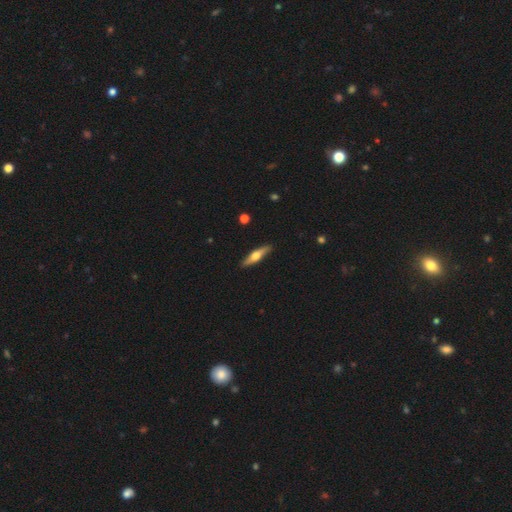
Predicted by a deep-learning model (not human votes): Smooth or featured?
  - featured or disk: 58% *
  - smooth: 36%
  - star or artifact: 5%
Edge-on disk?
  - yes: 94% *
  - no: 6%
Edge-on bulge?
  - rounded: 93% *
  - boxy: 4%
  - none: 3%
Merging?
  - none: 90% *
  - minor disturbance: 8%
  - major disturbance: 1%
  - merger: 1%